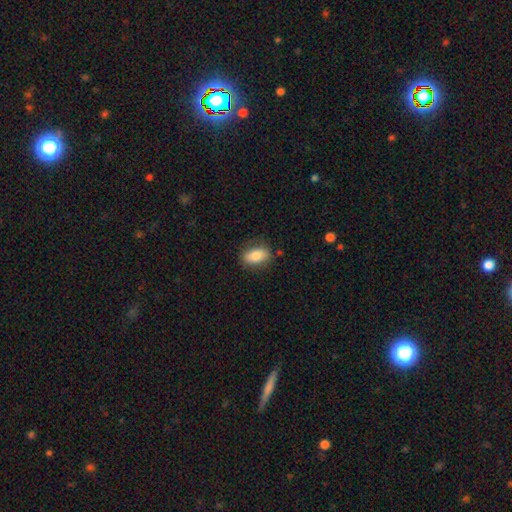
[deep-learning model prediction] Smooth or featured? smooth (82%)
How rounded? in between (86%)
Merging? none (82%)